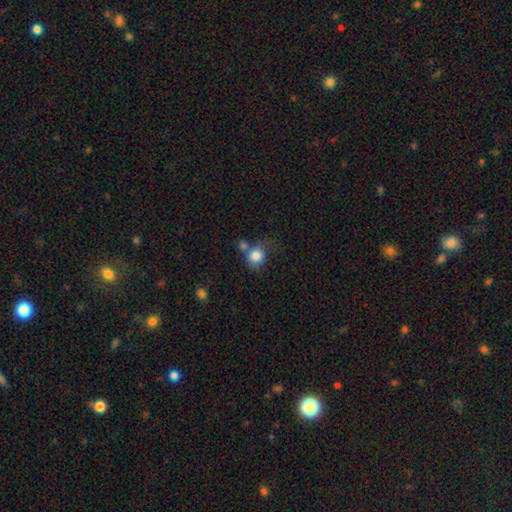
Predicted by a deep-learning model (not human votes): This is clearly a smooth galaxy (83%). How rounded: likely round (76%). Merging: possibly none (46%).